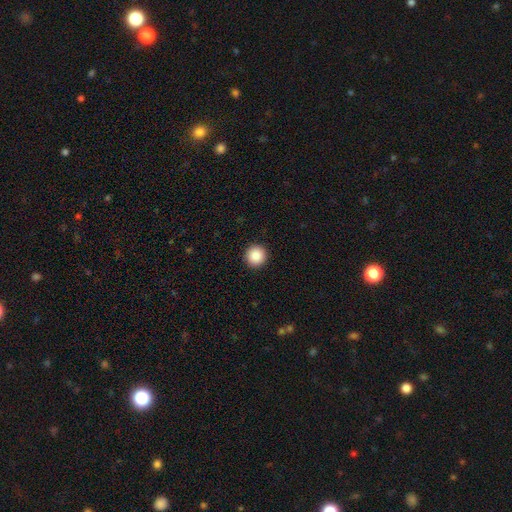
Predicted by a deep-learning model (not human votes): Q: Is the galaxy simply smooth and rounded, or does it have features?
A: smooth — 88%.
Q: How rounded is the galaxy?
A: round — 96%.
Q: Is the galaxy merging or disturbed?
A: none — 93%.